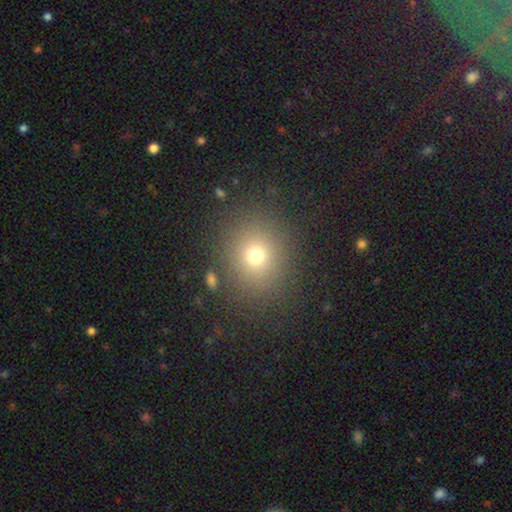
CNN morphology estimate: Smooth or featured?
  - smooth: 71% *
  - star or artifact: 19%
  - featured or disk: 10%
How rounded?
  - round: 82% *
  - in between: 17%
  - cigar-shaped: 1%
Merging?
  - none: 86% *
  - minor disturbance: 8%
  - major disturbance: 4%
  - merger: 2%